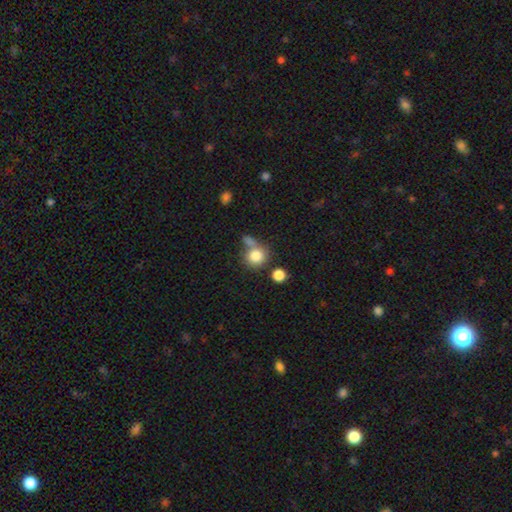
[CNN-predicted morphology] Overall: smooth (81%). How rounded: round (86%). Merging: none (54%; merger 27%).